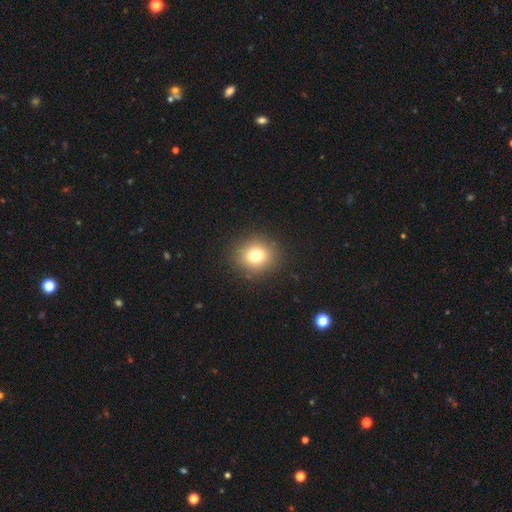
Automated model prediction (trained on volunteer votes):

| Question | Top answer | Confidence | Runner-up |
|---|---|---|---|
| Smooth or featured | smooth | 77% | star or artifact (13%) |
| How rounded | round | 77% | in between (23%) |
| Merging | none | 89% | minor disturbance (7%) |